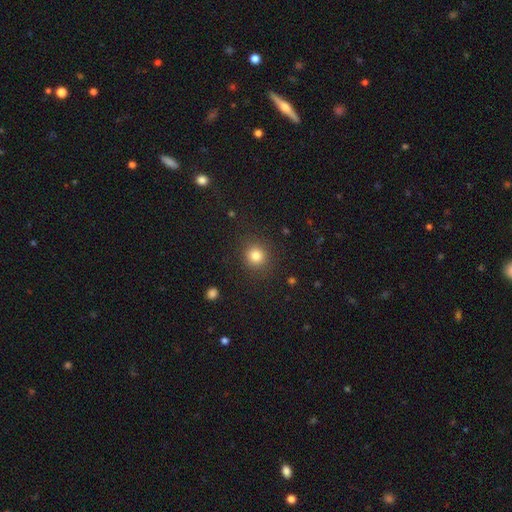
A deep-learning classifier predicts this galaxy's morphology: Smooth or featured?
  - smooth: 82% *
  - star or artifact: 12%
  - featured or disk: 6%
How rounded?
  - round: 89% *
  - in between: 10%
  - cigar-shaped: 1%
Merging?
  - none: 89% *
  - minor disturbance: 7%
  - major disturbance: 3%
  - merger: 1%